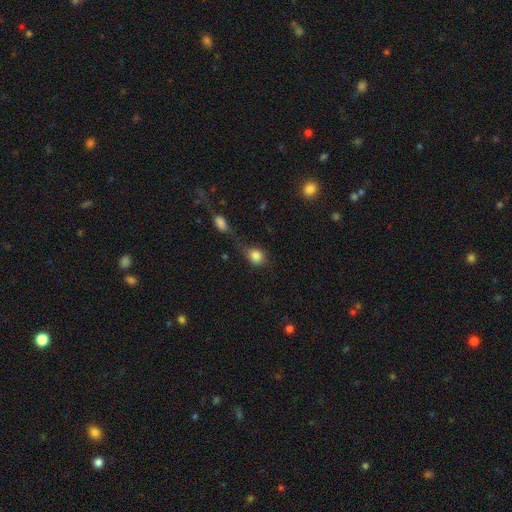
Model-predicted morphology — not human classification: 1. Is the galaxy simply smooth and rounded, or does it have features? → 82% smooth, 10% star or artifact, 8% featured or disk.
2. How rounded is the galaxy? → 57% round, 41% in between, 2% cigar-shaped.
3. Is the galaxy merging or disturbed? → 39% none, 27% merger, 19% minor disturbance, 15% major disturbance.